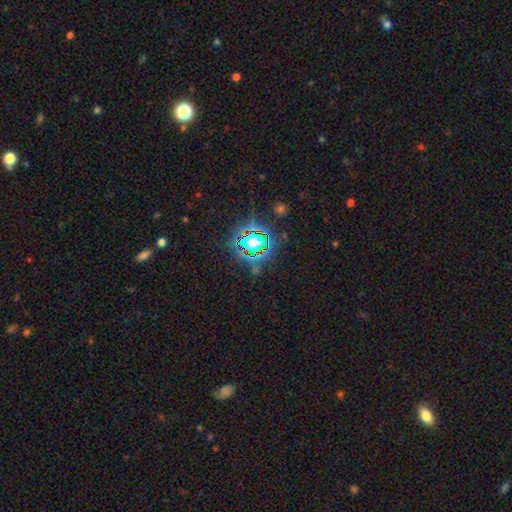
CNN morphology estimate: This appears to be a star or artifact, not a galaxy (81%).